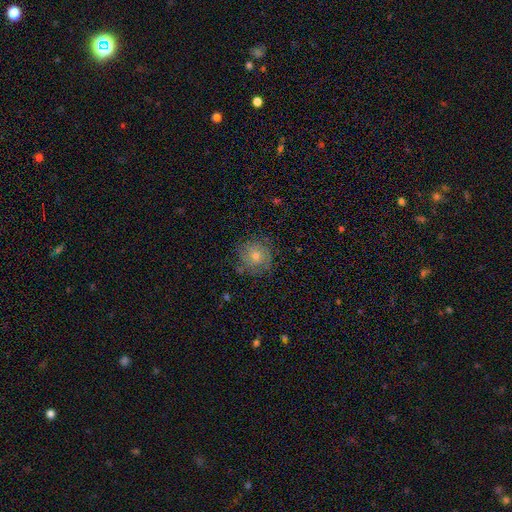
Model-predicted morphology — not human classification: smooth-or-featured: featured or disk: 51% | smooth: 34% | star or artifact: 15%
  disk-edge-on: no: 97% | yes: 3%
  merging: none: 79% | minor disturbance: 14% | major disturbance: 5% | merger: 1%